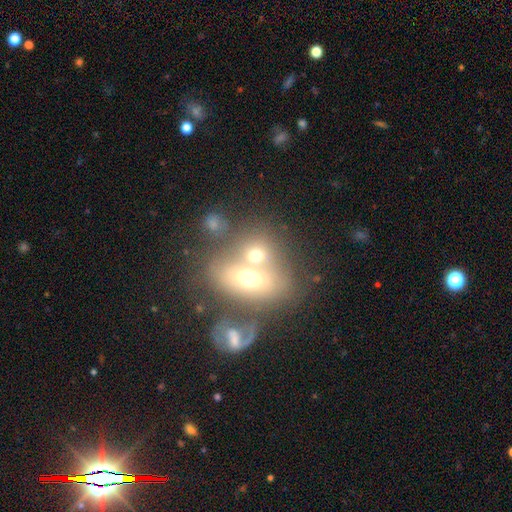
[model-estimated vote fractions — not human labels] Q: Smooth or featured?
A: smooth (62%); runner-up: featured or disk (24%)
Q: How rounded?
A: in between (54%); runner-up: round (44%)
Q: Merging?
A: merger (65%); runner-up: none (22%)